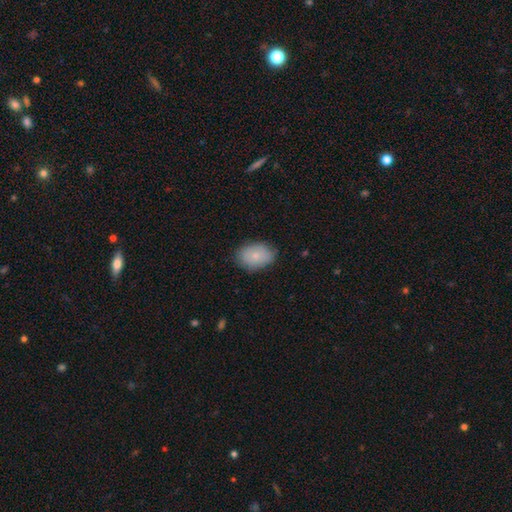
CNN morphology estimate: This is clearly a smooth galaxy (82%). How rounded: likely in between (80%). Merging: clearly none (83%).